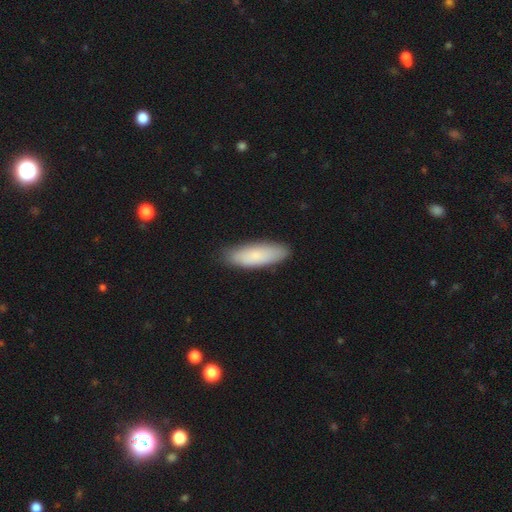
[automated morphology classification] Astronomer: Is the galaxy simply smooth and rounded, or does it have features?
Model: smooth — 81%.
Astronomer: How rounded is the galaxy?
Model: in between — 55% (runner-up: cigar-shaped, 43%).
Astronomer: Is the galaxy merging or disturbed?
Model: none — 86%.